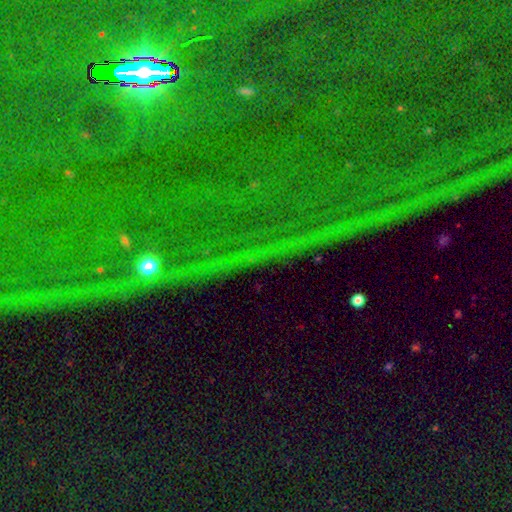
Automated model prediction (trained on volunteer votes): Smooth or featured: star or artifact — 85% (featured or disk — 9%)